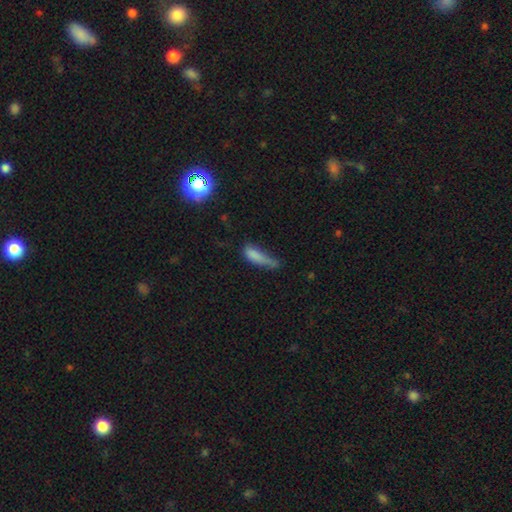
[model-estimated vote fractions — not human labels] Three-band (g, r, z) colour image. It shows a smooth galaxy with no disk features (76%) that is cigar-shaped (49%). Merging: minor disturbance (34%).